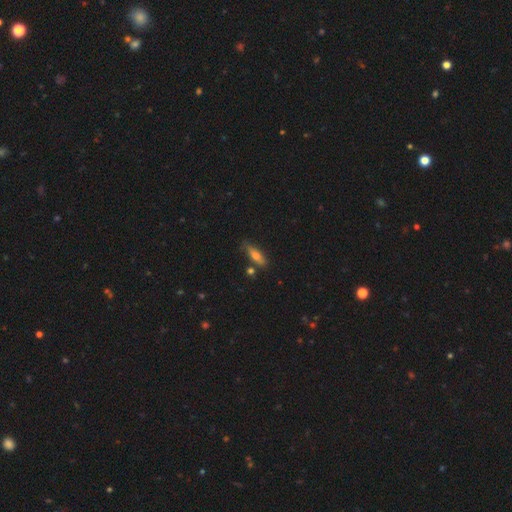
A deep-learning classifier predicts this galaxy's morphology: Smooth or featured: smooth — 67% (featured or disk — 25%)
How rounded: cigar-shaped — 51% (in between — 46%)
Merging: none — 72% (minor disturbance — 19%)